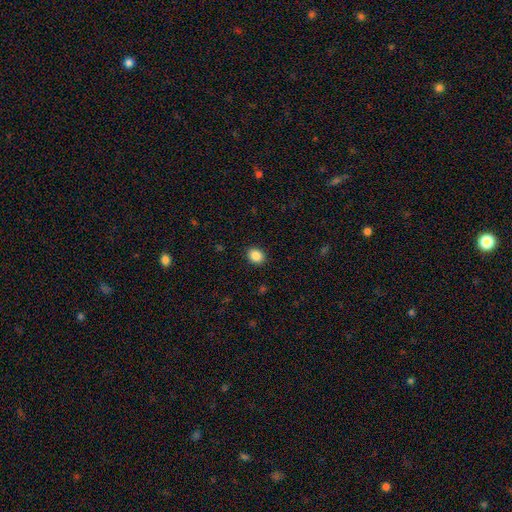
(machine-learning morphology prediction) Smooth or featured? Predicted: smooth (p=0.87). How rounded? Predicted: round (p=0.63). Merging? Predicted: none (p=0.91).